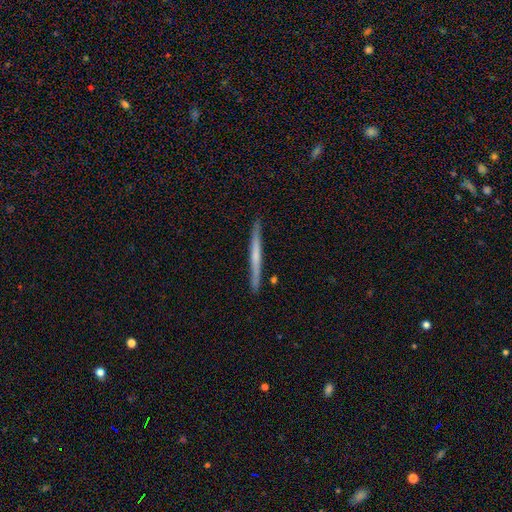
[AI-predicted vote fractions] This is possibly a featured or disk galaxy (54%). It is clearly viewed edge-on (97%). Edge-on bulge: likely none (71%). Merging: clearly none (90%).